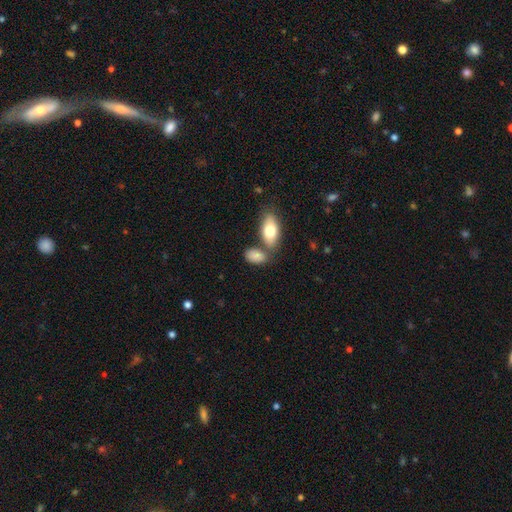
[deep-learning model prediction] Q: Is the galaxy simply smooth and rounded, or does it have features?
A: smooth — 84%.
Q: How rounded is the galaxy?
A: in between — 90%.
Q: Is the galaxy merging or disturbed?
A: none — 54%.